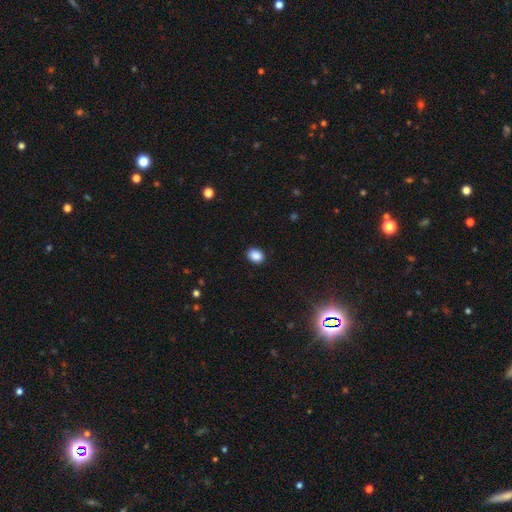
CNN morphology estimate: A smooth galaxy with no disk features (89%) that is in between round and cigar-shaped (68%). Merging: none (90%).